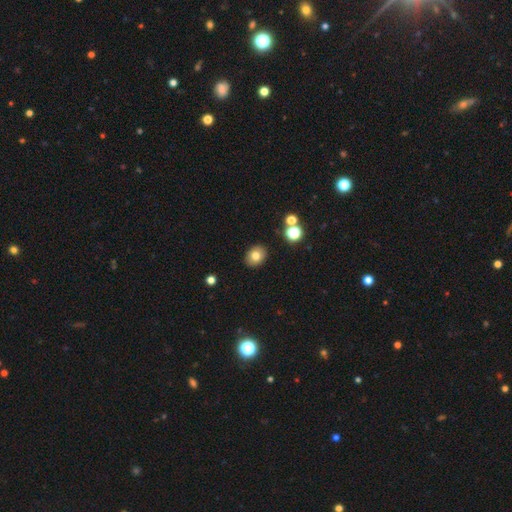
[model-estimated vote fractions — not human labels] This is likely a smooth galaxy (77%). How rounded: possibly round (51%). Merging: clearly none (88%).